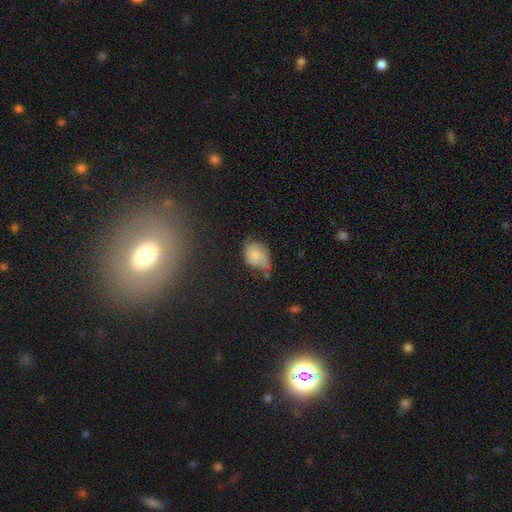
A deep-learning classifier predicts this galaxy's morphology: Smooth or featured? smooth (62%)
How rounded? in between (65%)
Merging? minor disturbance (40%)